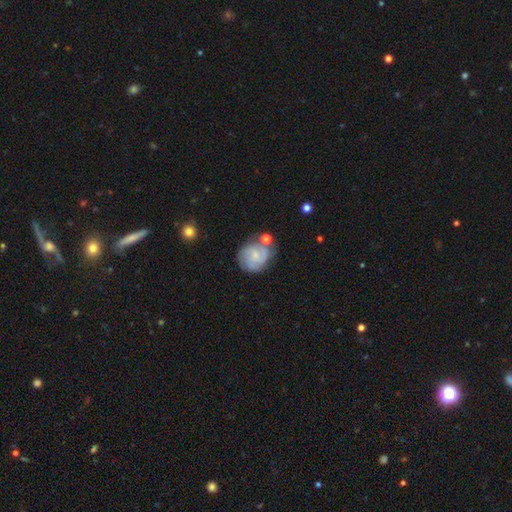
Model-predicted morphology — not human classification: This appears to be a featured or disk galaxy (61%) with no bar (65%), tight (49%) spiral arms (87%) and a small central bulge (60%). Merging: none (58%).